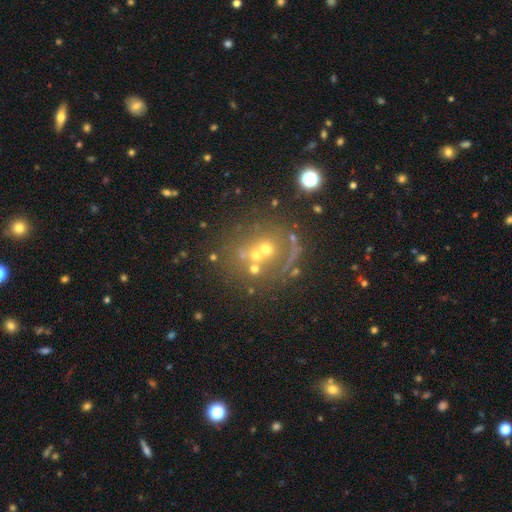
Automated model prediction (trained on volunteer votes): Q: Smooth or featured?
A: smooth (42%); runner-up: star or artifact (30%)
Q: Merging?
A: none (51%); runner-up: merger (30%)